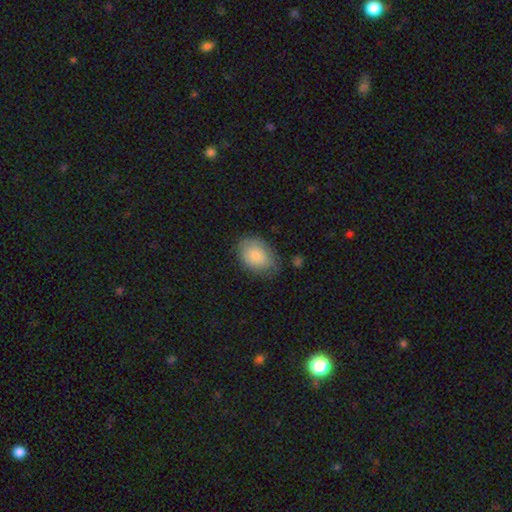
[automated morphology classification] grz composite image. It shows a smooth galaxy with no disk features (80%) that is in between round and cigar-shaped (76%). Merging: none (70%).